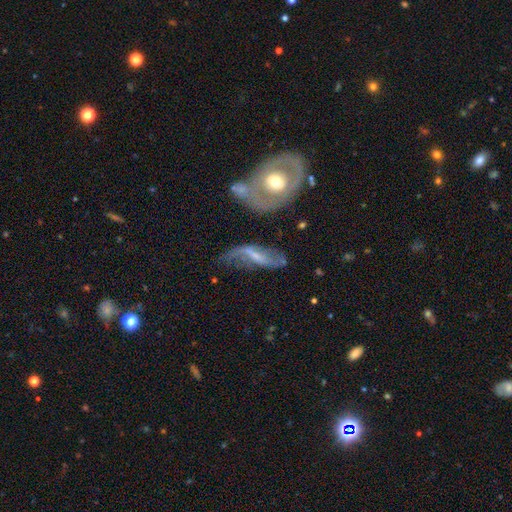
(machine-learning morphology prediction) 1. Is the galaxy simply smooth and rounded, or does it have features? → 69% featured or disk, 23% smooth, 8% star or artifact.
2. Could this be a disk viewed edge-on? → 85% no, 15% yes.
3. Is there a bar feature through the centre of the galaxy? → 39% weak, 35% strong, 27% no.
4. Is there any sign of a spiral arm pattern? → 76% yes, 24% no.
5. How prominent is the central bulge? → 40% small, 29% moderate, 26% none, 4% large, 2% dominant.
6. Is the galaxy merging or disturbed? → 38% none, 26% major disturbance, 25% minor disturbance, 12% merger.